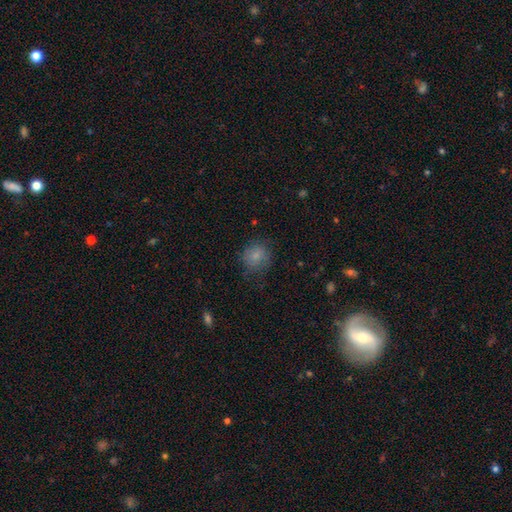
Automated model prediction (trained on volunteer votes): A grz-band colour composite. It shows a smooth galaxy with no disk features (81%) that is round (82%). Merging: none (71%).